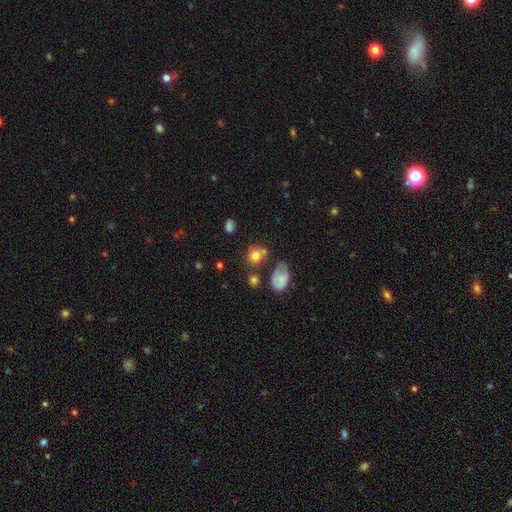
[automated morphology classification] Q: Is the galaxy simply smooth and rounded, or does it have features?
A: smooth — 78%.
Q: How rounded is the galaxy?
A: round — 75%.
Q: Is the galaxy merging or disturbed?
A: none — 57%.